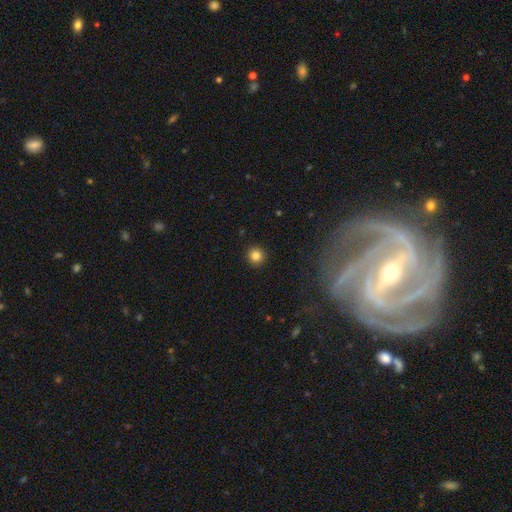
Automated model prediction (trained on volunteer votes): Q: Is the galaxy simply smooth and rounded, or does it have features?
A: smooth — 83%.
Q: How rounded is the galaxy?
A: round — 95%.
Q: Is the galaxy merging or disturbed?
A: none — 93%.